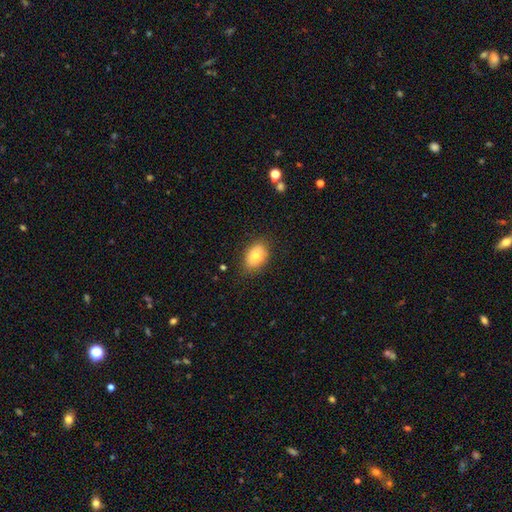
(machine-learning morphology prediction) This is likely a smooth galaxy (79%). How rounded: clearly in between (80%). Merging: likely none (80%).